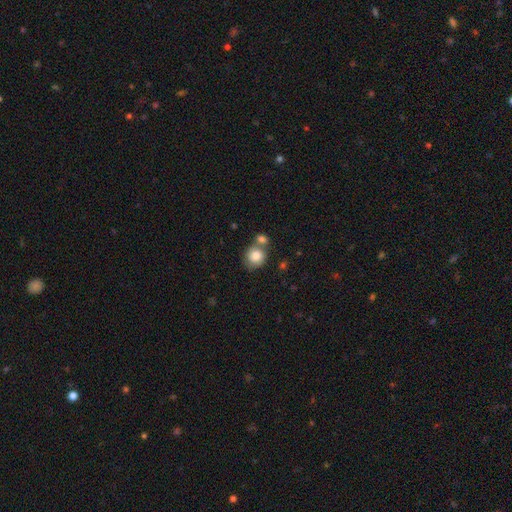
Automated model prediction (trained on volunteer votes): A smooth galaxy with no disk features (83%) that is round (77%). Merging: none (48%).